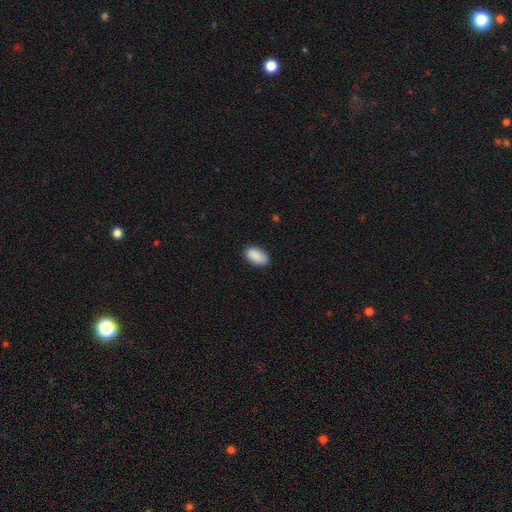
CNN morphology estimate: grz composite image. It shows a smooth galaxy with no disk features (90%) that is in between round and cigar-shaped (94%). Merging: none (86%).